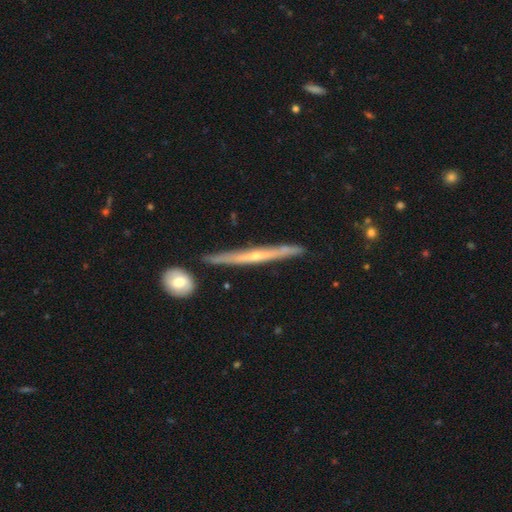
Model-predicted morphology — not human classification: Overall: featured or disk (75%). Edge-on disk: yes (97%). Edge-on bulge: rounded (57%; none 39%). Merging: none (87%).